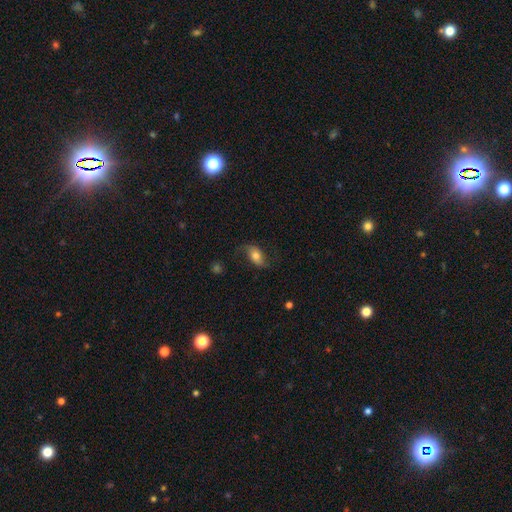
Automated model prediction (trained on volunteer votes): Smooth or featured?
  - smooth: 52% *
  - featured or disk: 40%
  - star or artifact: 8%
How rounded?
  - in between: 88% *
  - round: 9%
  - cigar-shaped: 4%
Merging?
  - none: 67% *
  - minor disturbance: 20%
  - major disturbance: 11%
  - merger: 2%